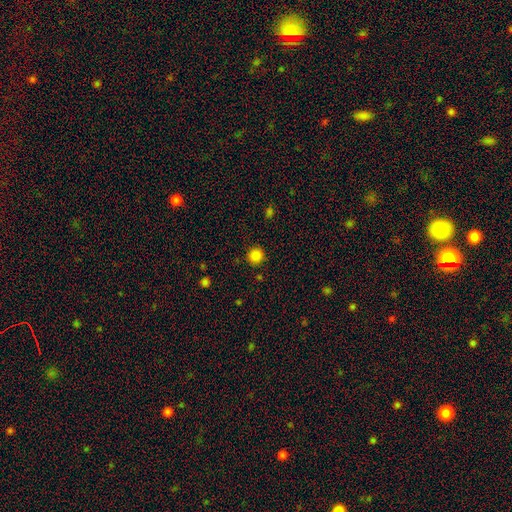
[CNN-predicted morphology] Smooth or featured: smooth — 85% (star or artifact — 11%)
How rounded: round — 94% (in between — 5%)
Merging: none — 90% (minor disturbance — 6%)